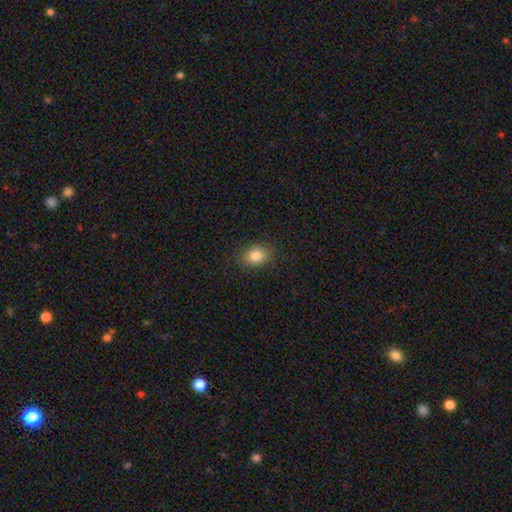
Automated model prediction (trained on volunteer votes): The model was most divided on "how rounded": in between: 62%, round: 37%, cigar-shaped: 1%. More confident: merging — none (87%); smooth or featured — smooth (84%).